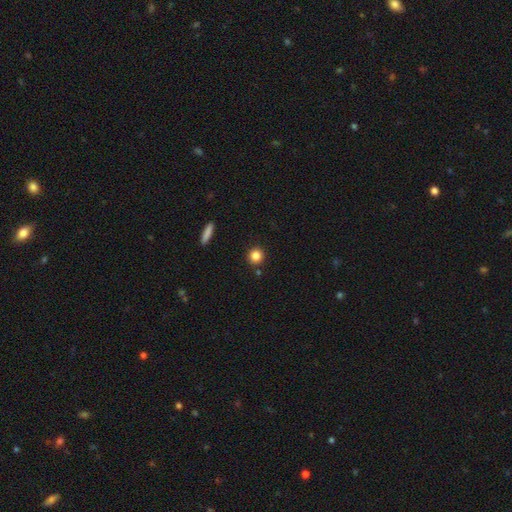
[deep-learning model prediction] Morphology: type=smooth (83%); roundness=round (93%); merging=none (89%).